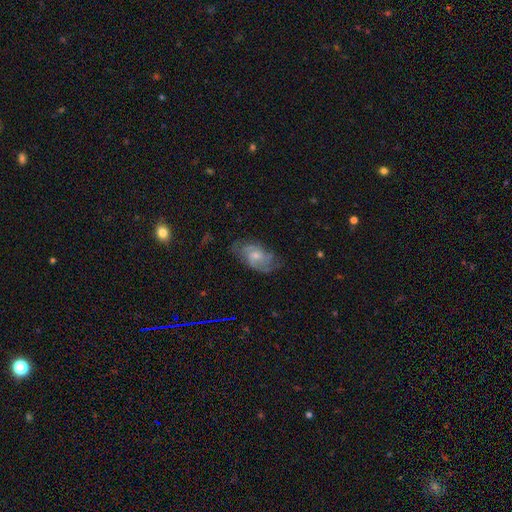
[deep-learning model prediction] This appears to be a featured or disk galaxy (70%) with no bar (64%), 2 (48%) medium (46%) spiral arms (90%) and a small central bulge (54%). Merging: none (62%).